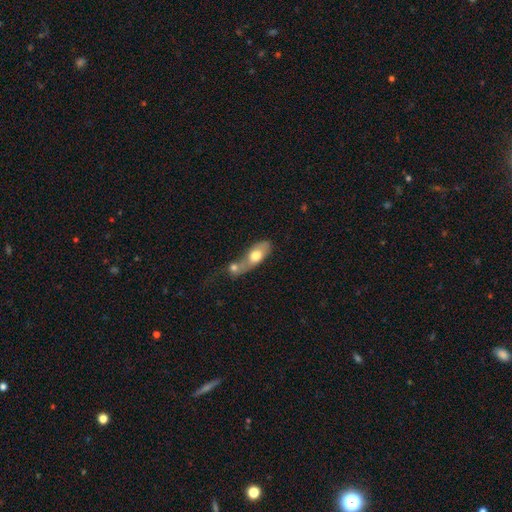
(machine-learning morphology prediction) smooth 65%, featured or disk 28%, star or artifact 6%. Down the decision tree: how rounded — in between (77%); merging — merger (67%).